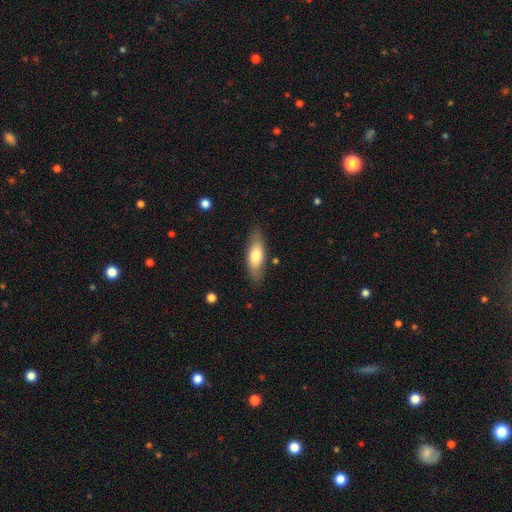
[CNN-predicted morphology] This is likely a smooth galaxy (72%). How rounded: likely in between (66%). Merging: clearly none (82%).